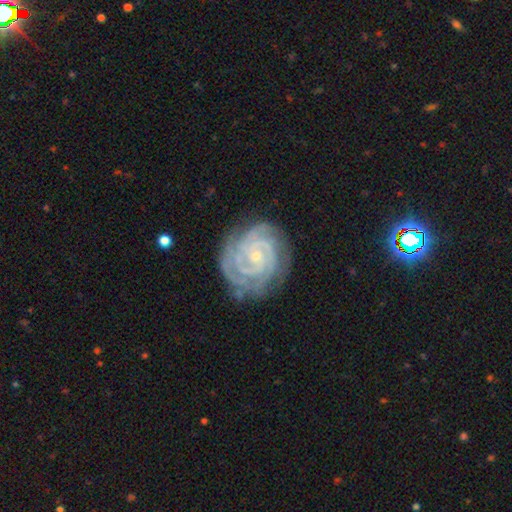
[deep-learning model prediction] Overall: featured or disk (91%). Edge-on disk: no (98%). Bar: no (69%). Spiral arms: yes (98%). Spiral arm count: 3 (28%; 4 25%). Spiral winding: tight (84%). Bulge size: small (79%). Merging: none (79%).